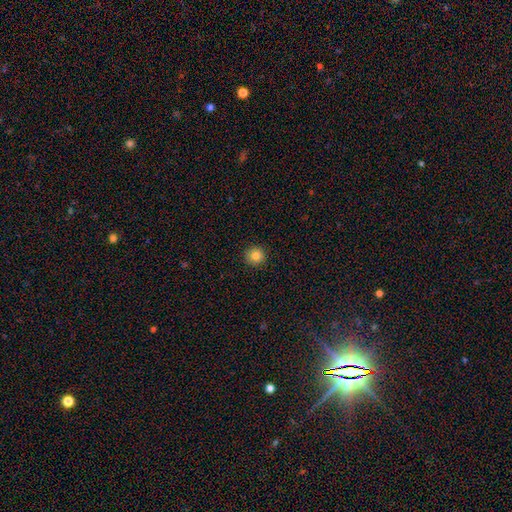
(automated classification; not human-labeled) A smooth galaxy with no disk features (83%) that is round (95%).

Vote fractions:
- Smooth or featured? smooth: 83% / star or artifact: 11% / featured or disk: 7%
- How rounded? round: 95% / in between: 4% / cigar-shaped: 1%
- Merging? none: 93% / minor disturbance: 5% / major disturbance: 2% / merger: 1%